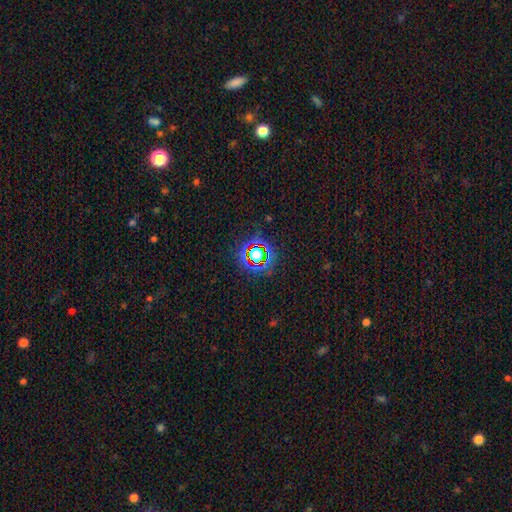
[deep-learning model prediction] A star or artifact, not a galaxy (68%).